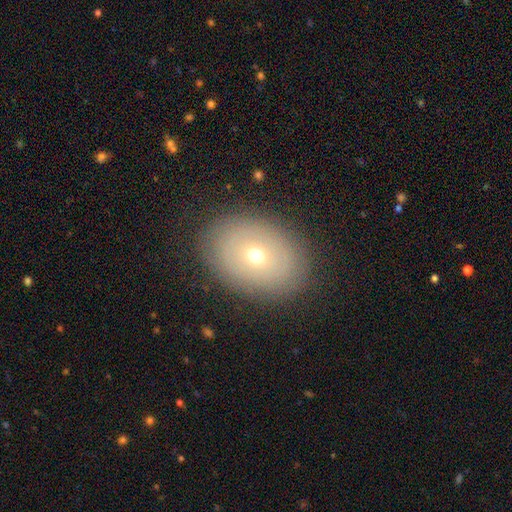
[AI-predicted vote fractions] smooth_or_featured: smooth (p=0.58) [alt: featured or disk p=0.30]
how_rounded: in between (p=0.67) [alt: round p=0.32]
merging: none (p=0.86) [alt: minor disturbance p=0.10]